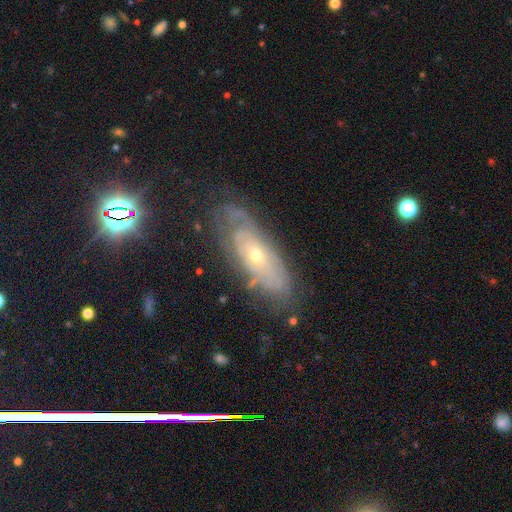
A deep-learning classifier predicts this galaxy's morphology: Smooth or featured? Predicted: featured or disk (p=0.75). Edge-on disk? Predicted: no (p=0.83). Bar? Predicted: no (p=0.79). Spiral arms? Predicted: yes (p=0.80). Bulge size? Predicted: small (p=0.58). Merging? Predicted: none (p=0.70).